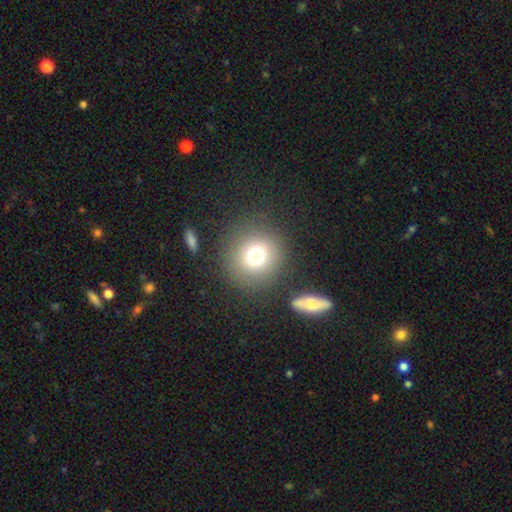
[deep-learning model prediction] This is likely a smooth galaxy (74%). How rounded: clearly round (92%). Merging: clearly none (83%).